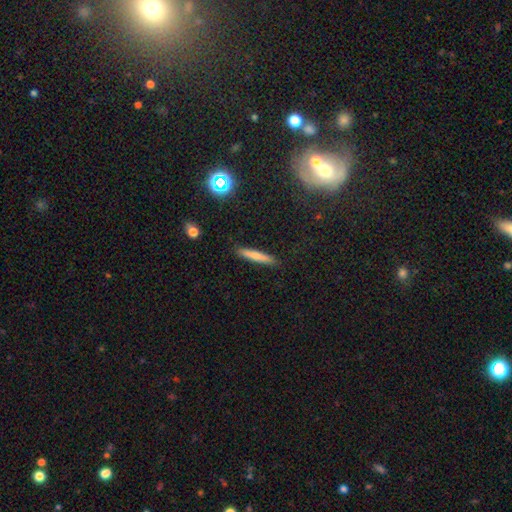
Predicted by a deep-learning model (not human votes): This is likely a smooth galaxy (73%). How rounded: clearly cigar-shaped (93%). Merging: clearly none (90%).